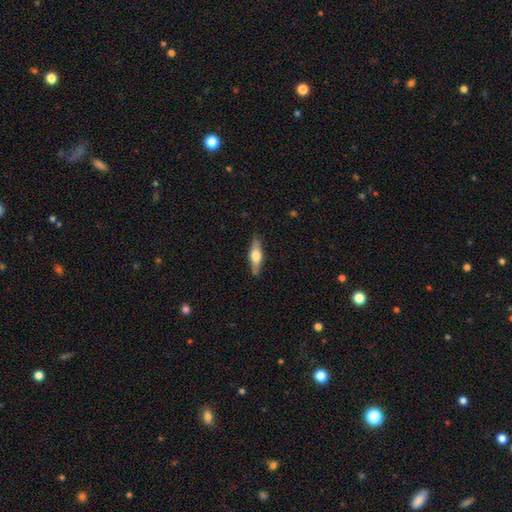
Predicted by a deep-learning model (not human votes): Smooth or featured? Predicted: smooth (p=0.51). How rounded? Predicted: cigar-shaped (p=0.57). Merging? Predicted: none (p=0.85).